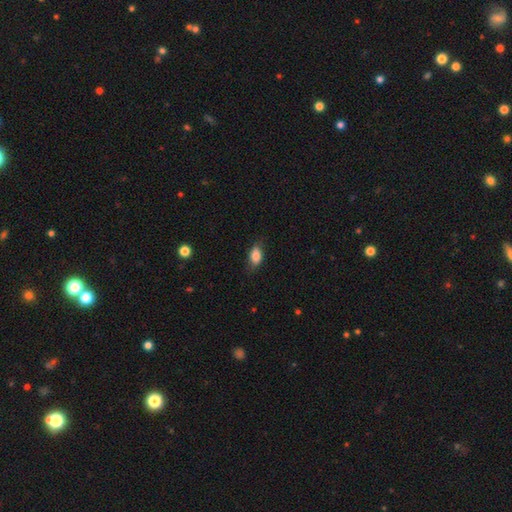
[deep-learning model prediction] The model was most divided on "merging": none: 71%, minor disturbance: 22%, major disturbance: 5%, merger: 1%. More confident: how rounded — in between (87%); smooth or featured — smooth (81%).